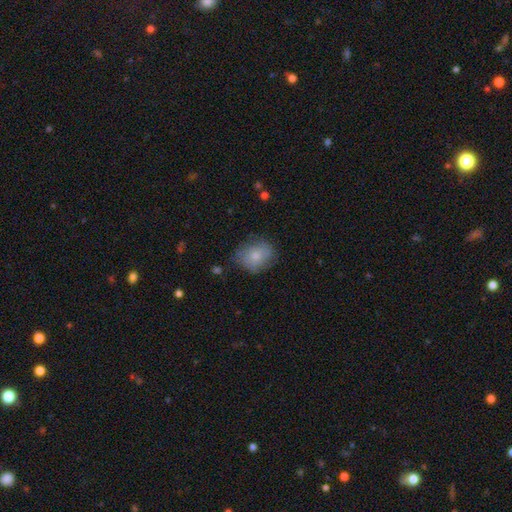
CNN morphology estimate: Smooth or featured? smooth (69%)
How rounded? in between (52%)
Merging? none (65%)